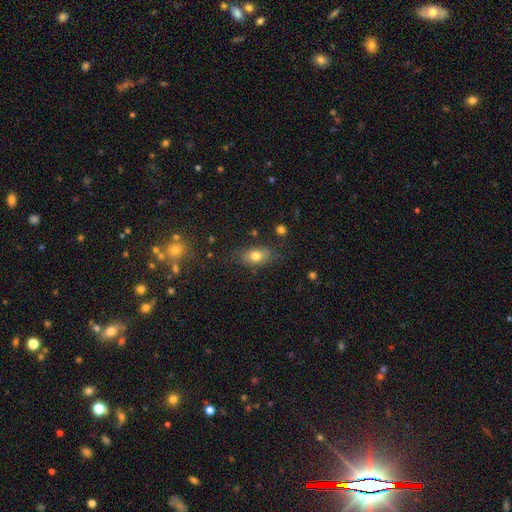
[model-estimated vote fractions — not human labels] Smooth or featured?
  - smooth: 75% *
  - featured or disk: 15%
  - star or artifact: 10%
How rounded?
  - in between: 82% *
  - round: 14%
  - cigar-shaped: 4%
Merging?
  - none: 76% *
  - minor disturbance: 17%
  - major disturbance: 5%
  - merger: 2%